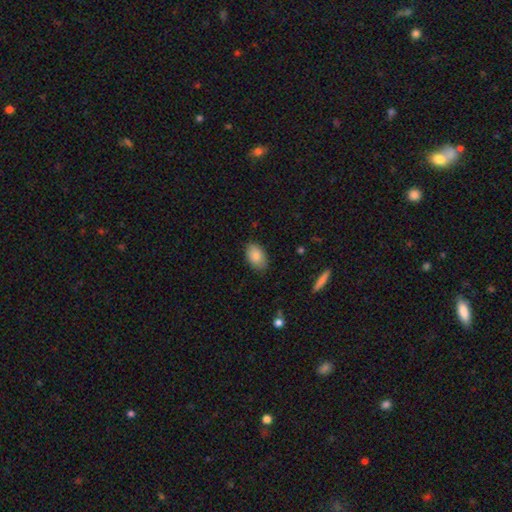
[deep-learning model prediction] A smooth galaxy with no disk features (84%) that is in between round and cigar-shaped (90%). Merging: none (84%).